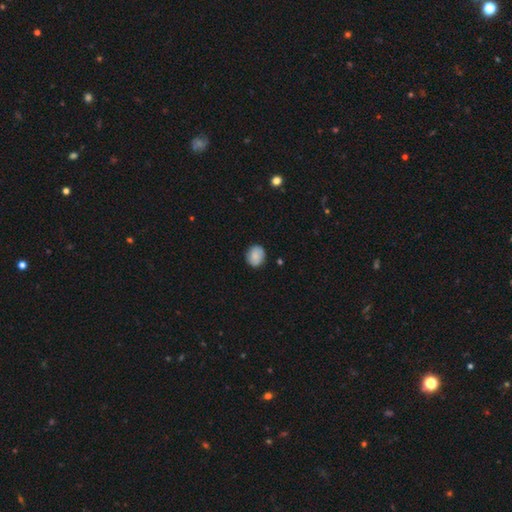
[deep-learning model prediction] Smooth or featured? smooth (81%)
How rounded? round (70%)
Merging? none (85%)